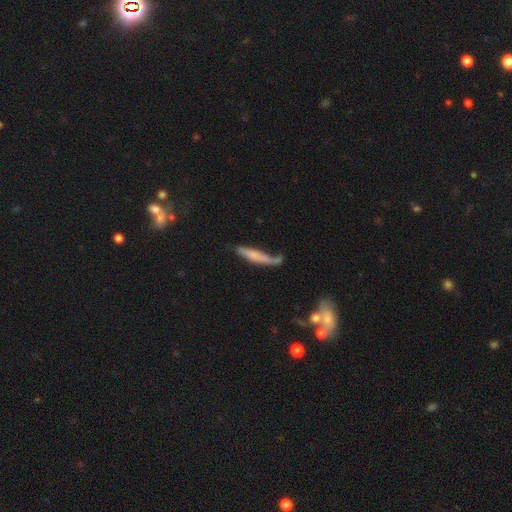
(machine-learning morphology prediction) Overall: smooth (61%; featured or disk 32%). How rounded: cigar-shaped (88%). Merging: none (44%; minor disturbance 29%).